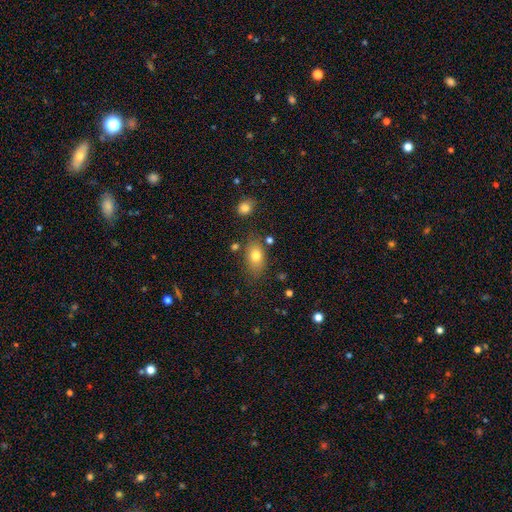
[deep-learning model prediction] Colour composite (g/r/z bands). It shows a smooth galaxy with no disk features (78%) that is in between round and cigar-shaped (84%). Merging: none (74%).